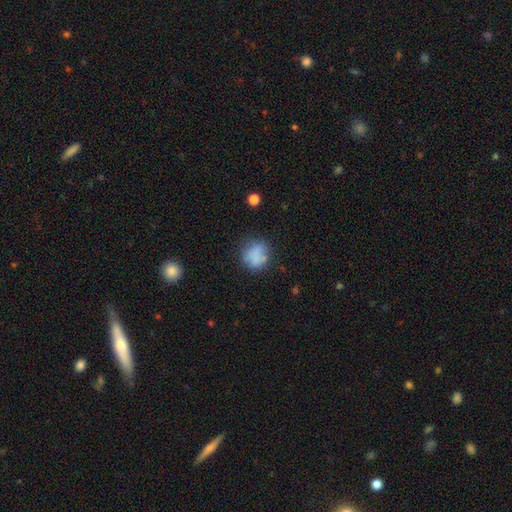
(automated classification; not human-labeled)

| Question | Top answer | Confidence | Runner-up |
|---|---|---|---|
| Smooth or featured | smooth | 71% | featured or disk (18%) |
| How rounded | round | 73% | in between (25%) |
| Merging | none | 58% | minor disturbance (23%) |